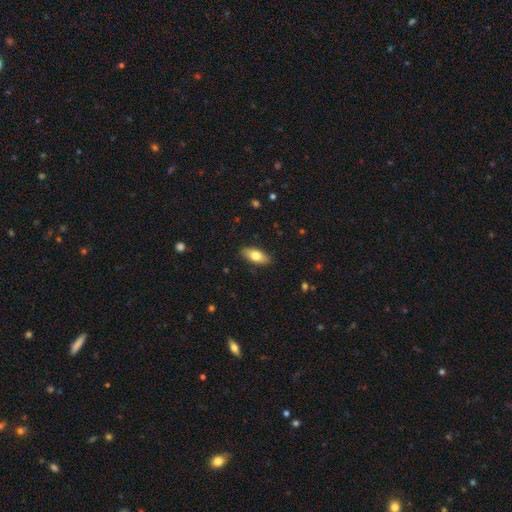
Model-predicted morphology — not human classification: Q: Smooth or featured?
A: smooth (75%); runner-up: featured or disk (19%)
Q: How rounded?
A: in between (83%); runner-up: cigar-shaped (14%)
Q: Merging?
A: none (88%); runner-up: minor disturbance (9%)